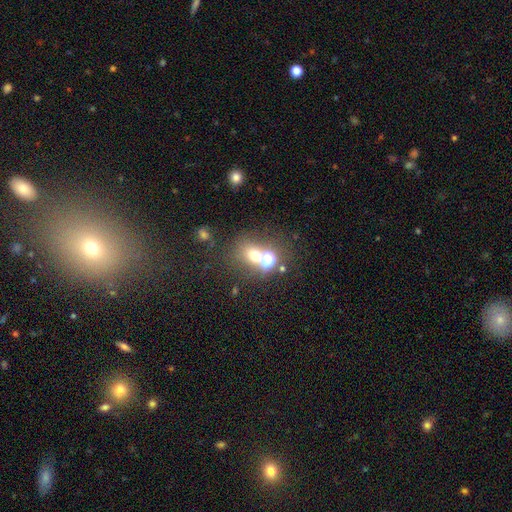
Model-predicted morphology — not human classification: Smooth or featured? Predicted: smooth (p=0.56). How rounded? Predicted: round (p=0.72). Merging? Predicted: none (p=0.53).